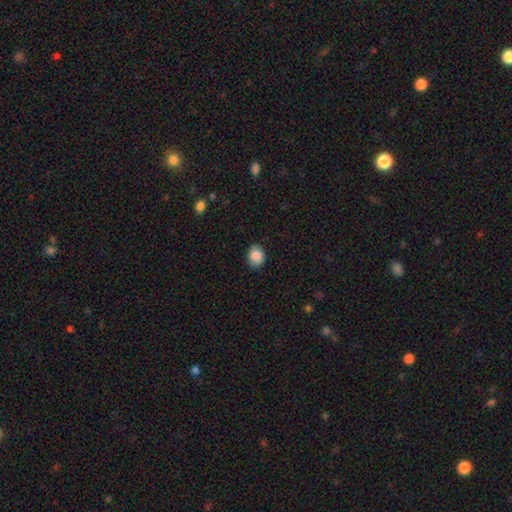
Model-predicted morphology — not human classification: A smooth galaxy with no disk features (86%) that is in between round and cigar-shaped (56%). Merging: none (84%).